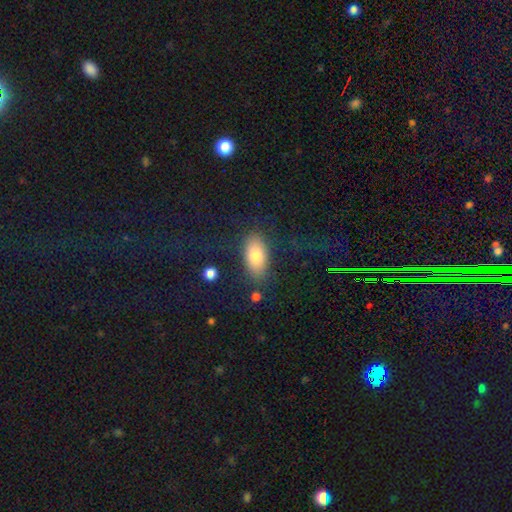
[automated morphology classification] Smooth or featured? smooth (80%)
How rounded? in between (91%)
Merging? none (81%)